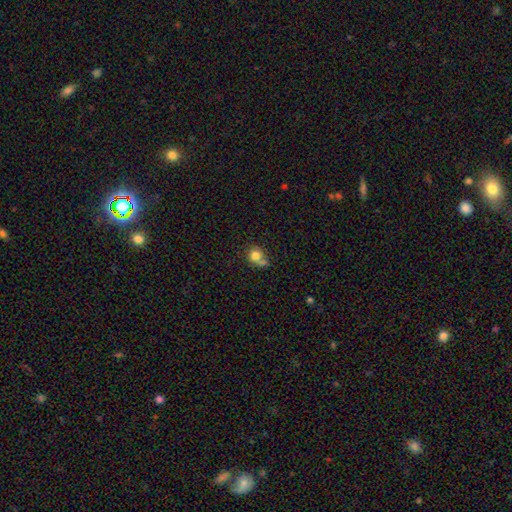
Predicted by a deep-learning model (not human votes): smooth 79%, featured or disk 11%, star or artifact 11%. Down the decision tree: how rounded — round (81%); merging — none (46%).